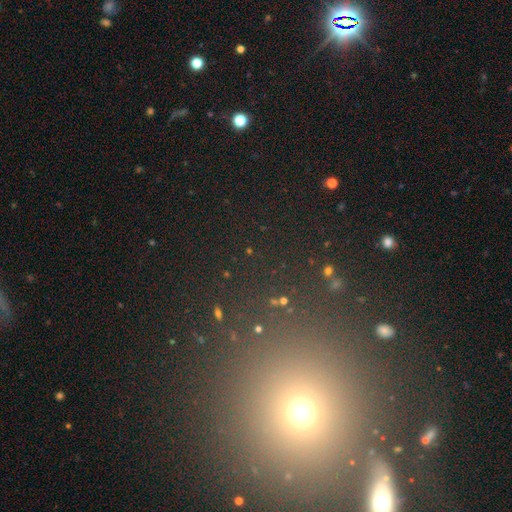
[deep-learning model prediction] Smooth or featured?
  - star or artifact: 50% *
  - smooth: 40%
  - featured or disk: 11%